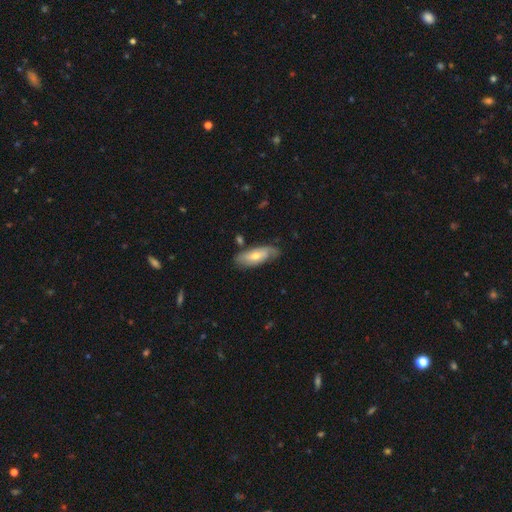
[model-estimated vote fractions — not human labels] Smooth or featured?
  - smooth: 53% *
  - featured or disk: 41%
  - star or artifact: 6%
How rounded?
  - in between: 76% *
  - cigar-shaped: 22%
  - round: 2%
Merging?
  - none: 65% *
  - minor disturbance: 25%
  - major disturbance: 6%
  - merger: 4%